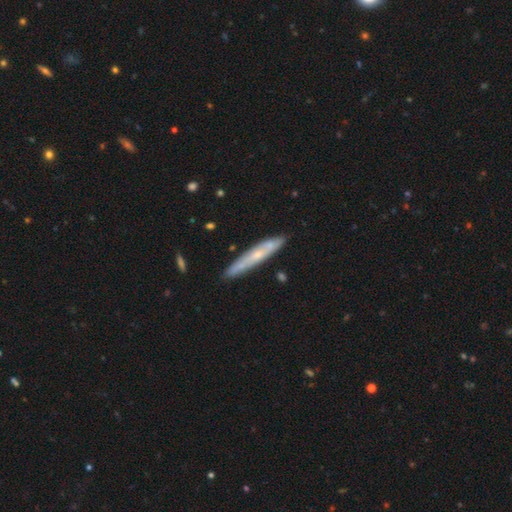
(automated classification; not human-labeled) smooth-or-featured: featured or disk: 54% | smooth: 40% | star or artifact: 6%
  disk-edge-on: yes: 78% | no: 22%
  merging: none: 84% | minor disturbance: 12% | merger: 2% | major disturbance: 2%